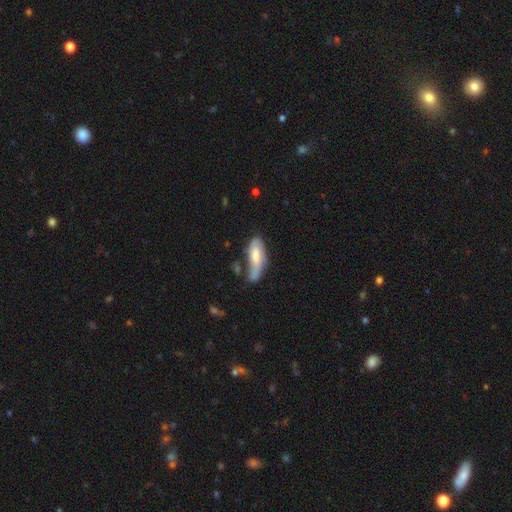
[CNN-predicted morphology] The model was most divided on "merging": none: 38%, minor disturbance: 32%, major disturbance: 17%, merger: 12%. More confident: how rounded — in between (68%); smooth or featured — smooth (61%).